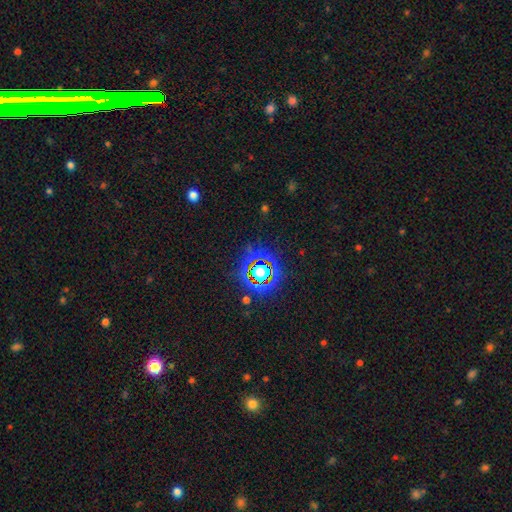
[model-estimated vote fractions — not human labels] smooth_or_featured: star or artifact (p=0.75) [alt: smooth p=0.15]